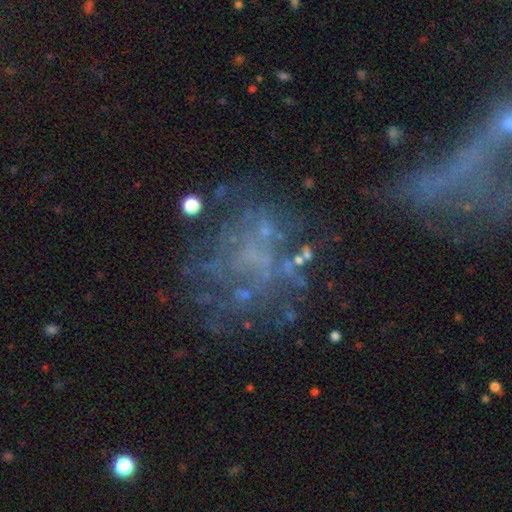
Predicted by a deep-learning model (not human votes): Smooth or featured?
  - featured or disk: 56% *
  - star or artifact: 24%
  - smooth: 19%
Edge-on disk?
  - no: 97% *
  - yes: 3%
Bar?
  - no: 89% *
  - weak: 8%
  - strong: 3%
Spiral arms?
  - no: 81% *
  - yes: 19%
Bulge size?
  - none: 81% *
  - small: 10%
  - moderate: 6%
  - large: 2%
  - dominant: 1%
Merging?
  - none: 43% *
  - major disturbance: 31%
  - minor disturbance: 14%
  - merger: 12%